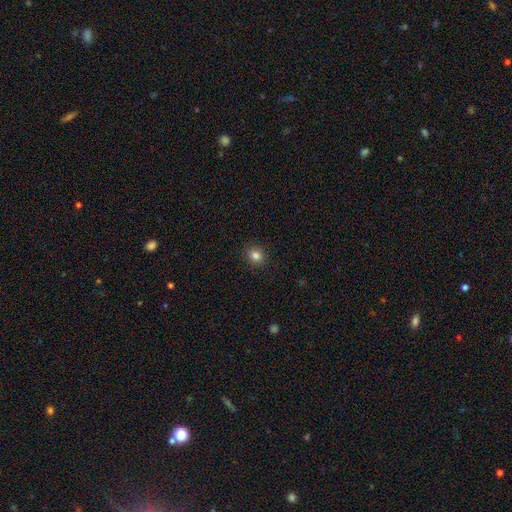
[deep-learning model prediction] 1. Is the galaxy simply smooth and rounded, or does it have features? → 83% smooth, 12% star or artifact, 5% featured or disk.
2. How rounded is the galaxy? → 77% round, 22% in between, 1% cigar-shaped.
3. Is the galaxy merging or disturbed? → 91% none, 7% minor disturbance, 2% major disturbance, 1% merger.